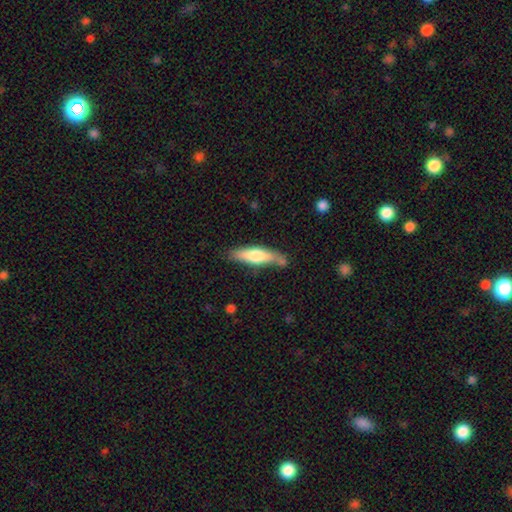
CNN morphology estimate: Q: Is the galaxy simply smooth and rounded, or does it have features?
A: smooth — 64%.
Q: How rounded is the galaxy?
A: cigar-shaped — 67%.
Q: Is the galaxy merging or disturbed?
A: none — 65%.